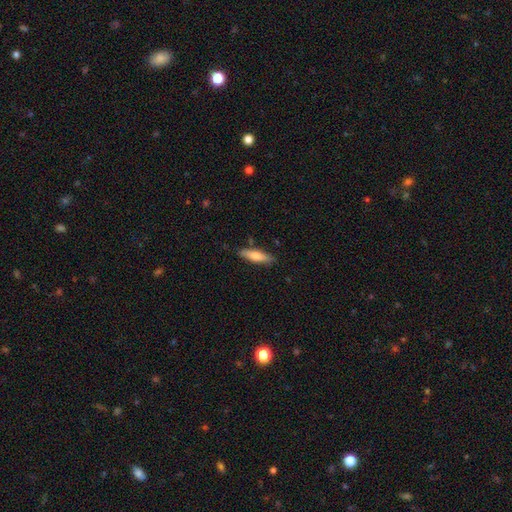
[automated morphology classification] A smooth galaxy with no disk features (70%) that is cigar-shaped (66%). Merging: none (84%).